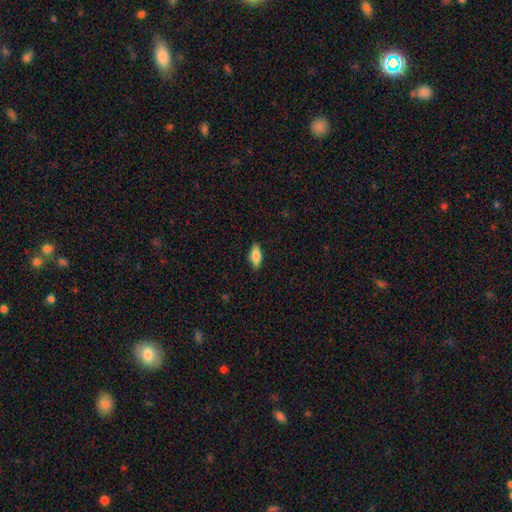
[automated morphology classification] This appears to be a smooth galaxy with no disk features (81%) that is in between round and cigar-shaped (78%). Merging: none (87%).